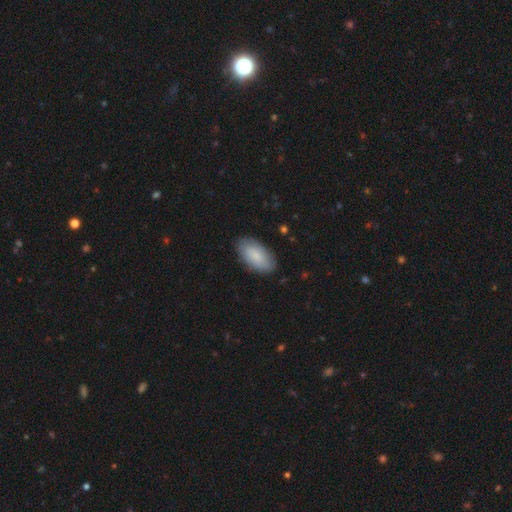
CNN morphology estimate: Smooth or featured?
  - smooth: 82% *
  - featured or disk: 13%
  - star or artifact: 6%
How rounded?
  - in between: 95% *
  - cigar-shaped: 3%
  - round: 2%
Merging?
  - none: 85% *
  - minor disturbance: 12%
  - major disturbance: 2%
  - merger: 1%